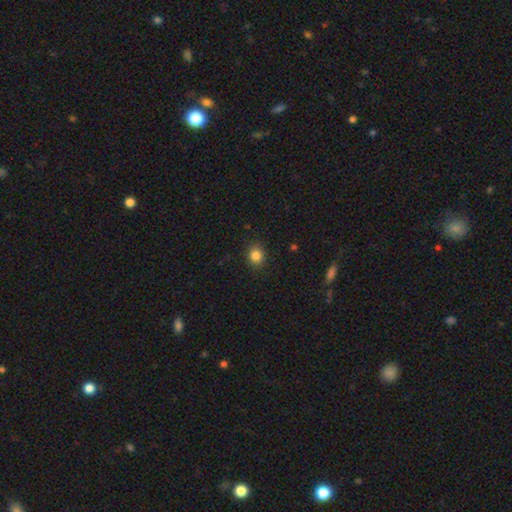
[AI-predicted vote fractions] Smooth or featured?
  - smooth: 84% *
  - star or artifact: 12%
  - featured or disk: 5%
How rounded?
  - round: 79% *
  - in between: 20%
  - cigar-shaped: 1%
Merging?
  - none: 88% *
  - minor disturbance: 9%
  - major disturbance: 2%
  - merger: 1%